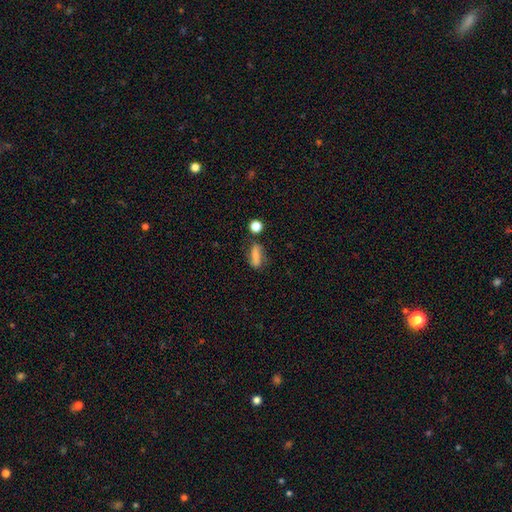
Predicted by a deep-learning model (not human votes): Smooth or featured?
  - smooth: 67% *
  - featured or disk: 21%
  - star or artifact: 12%
How rounded?
  - in between: 63% *
  - cigar-shaped: 27%
  - round: 10%
Merging?
  - none: 60% *
  - minor disturbance: 22%
  - merger: 9%
  - major disturbance: 9%